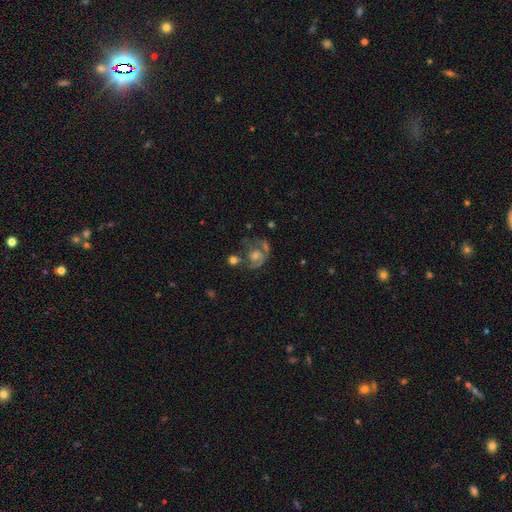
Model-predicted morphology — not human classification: smooth_or_featured: featured or disk (p=0.64) [alt: smooth p=0.22]
disk_edge_on: no (p=0.97) [alt: yes p=0.03]
bar: no (p=0.80) [alt: weak p=0.16]
has_spiral_arms: yes (p=0.65) [alt: no p=0.35]
bulge_size: moderate (p=0.51) [alt: small p=0.25]
merging: none (p=0.41) [alt: major disturbance p=0.24]